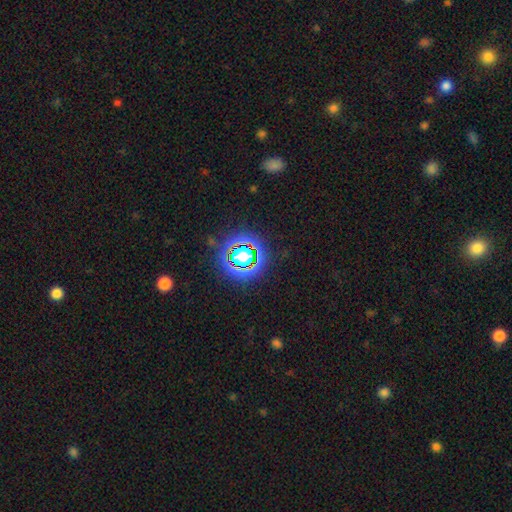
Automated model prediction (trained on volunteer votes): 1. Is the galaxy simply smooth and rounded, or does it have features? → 78% star or artifact, 14% smooth, 8% featured or disk.